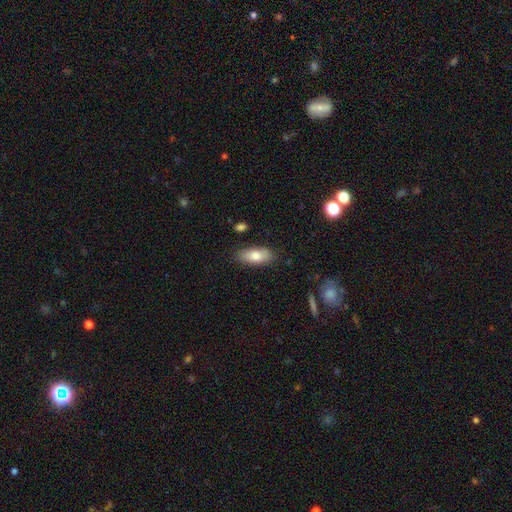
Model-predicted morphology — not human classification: smooth 78%, featured or disk 15%, star or artifact 7%. Down the decision tree: how rounded — in between (77%); merging — none (84%).